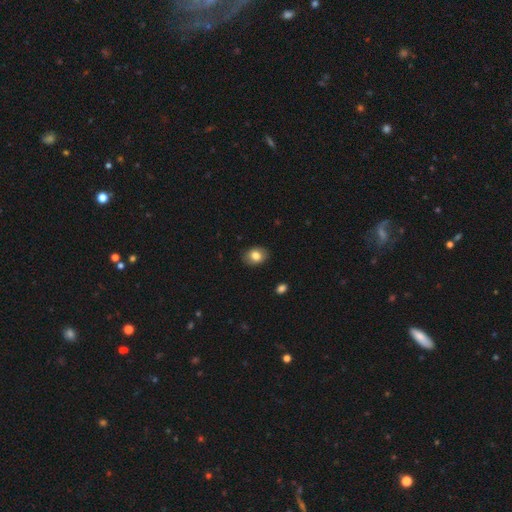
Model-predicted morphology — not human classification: smooth_or_featured: smooth (p=0.82) [alt: featured or disk p=0.10]
how_rounded: in between (p=0.66) [alt: round p=0.33]
merging: none (p=0.87) [alt: minor disturbance p=0.09]